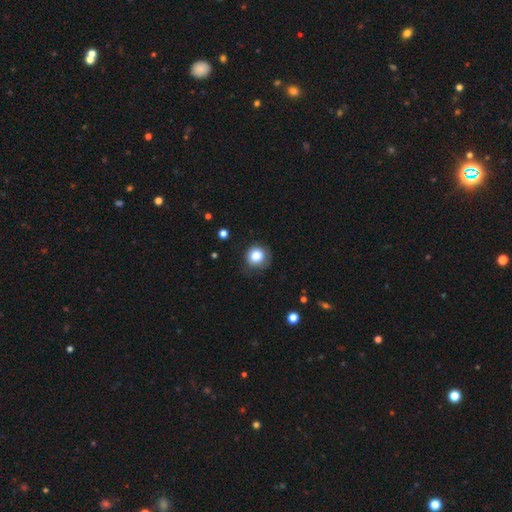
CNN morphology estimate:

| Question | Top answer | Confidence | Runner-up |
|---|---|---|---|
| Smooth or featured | smooth | 83% | star or artifact (10%) |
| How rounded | round | 87% | in between (13%) |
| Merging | none | 70% | minor disturbance (21%) |